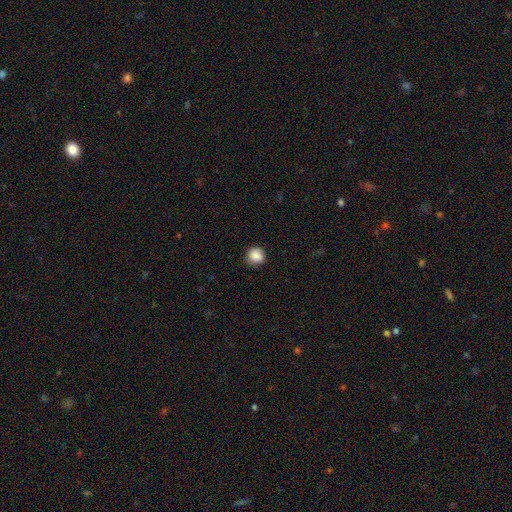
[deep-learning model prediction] smooth_or_featured: smooth (p=0.88) [alt: star or artifact p=0.09]
how_rounded: round (p=0.90) [alt: in between p=0.09]
merging: none (p=0.84) [alt: minor disturbance p=0.13]